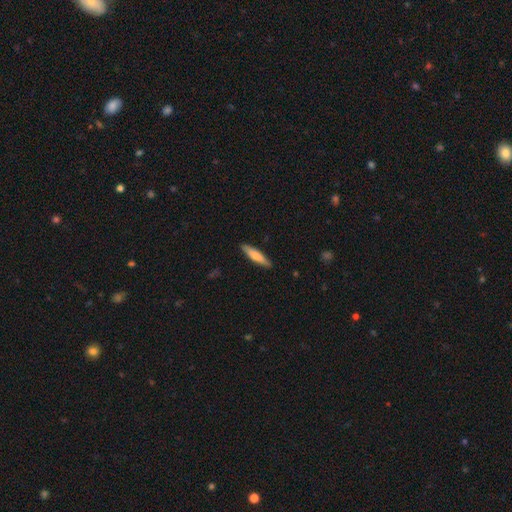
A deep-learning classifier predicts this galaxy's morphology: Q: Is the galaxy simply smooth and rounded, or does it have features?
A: smooth — 71%.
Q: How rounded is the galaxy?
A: cigar-shaped — 81%.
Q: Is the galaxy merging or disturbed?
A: none — 89%.